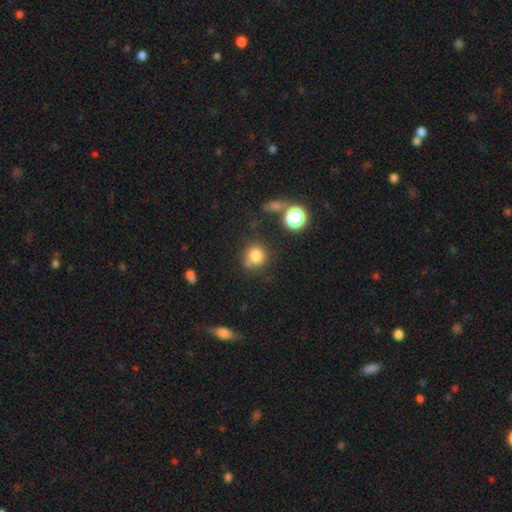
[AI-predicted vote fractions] Smooth or featured?
  - smooth: 79% *
  - star or artifact: 14%
  - featured or disk: 7%
How rounded?
  - round: 88% *
  - in between: 10%
  - cigar-shaped: 1%
Merging?
  - none: 68% *
  - minor disturbance: 16%
  - merger: 11%
  - major disturbance: 6%